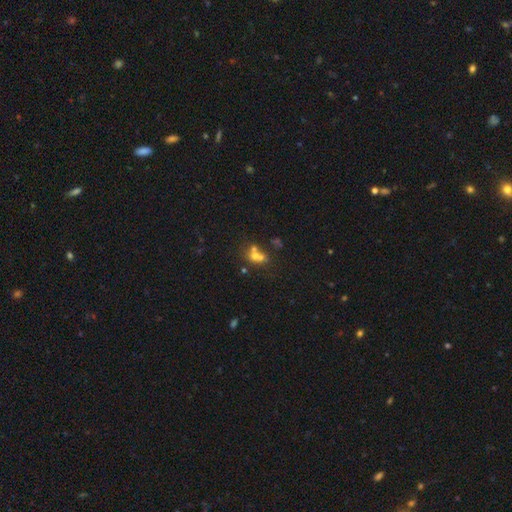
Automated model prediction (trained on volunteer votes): Q: Smooth or featured?
A: smooth (54%); runner-up: featured or disk (25%)
Q: How rounded?
A: round (64%); runner-up: in between (34%)
Q: Merging?
A: merger (56%); runner-up: none (30%)